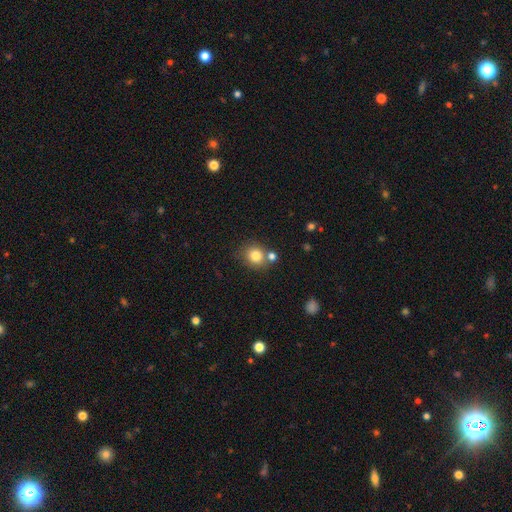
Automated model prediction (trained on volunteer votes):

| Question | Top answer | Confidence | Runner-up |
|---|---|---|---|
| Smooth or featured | smooth | 81% | star or artifact (11%) |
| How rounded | round | 80% | in between (19%) |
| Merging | none | 67% | merger (18%) |